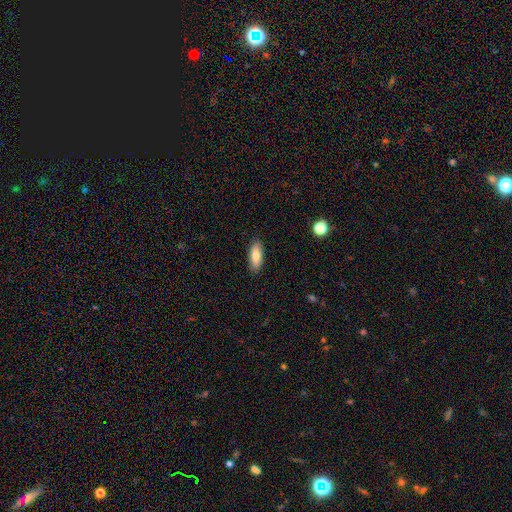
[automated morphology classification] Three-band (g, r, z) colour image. It shows a smooth galaxy with no disk features (79%) that is in between round and cigar-shaped (73%). Merging: none (88%).